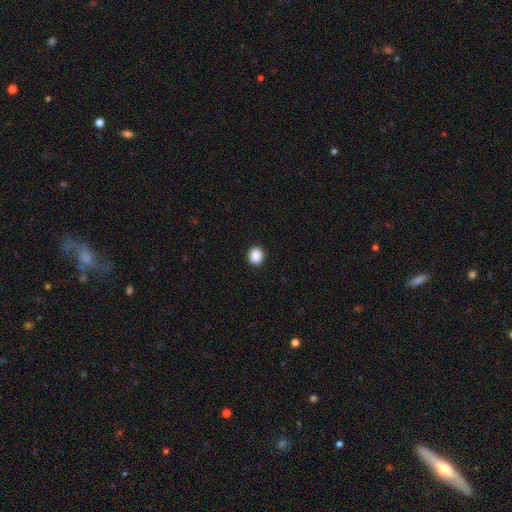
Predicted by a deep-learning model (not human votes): smooth_or_featured: smooth (p=0.90) [alt: star or artifact p=0.08]
how_rounded: round (p=0.77) [alt: in between p=0.22]
merging: none (p=0.93) [alt: minor disturbance p=0.05]